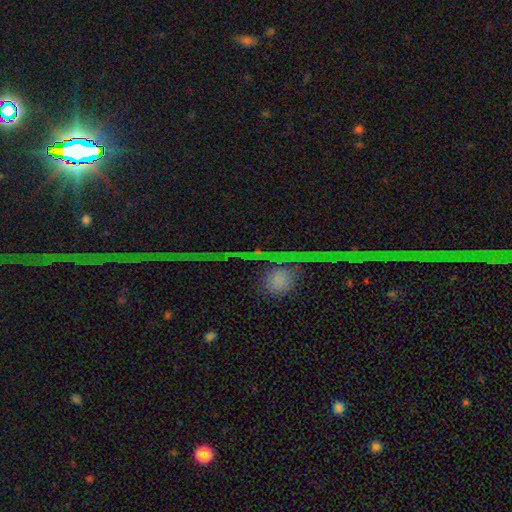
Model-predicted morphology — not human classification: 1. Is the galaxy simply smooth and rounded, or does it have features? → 69% star or artifact, 20% featured or disk, 12% smooth.